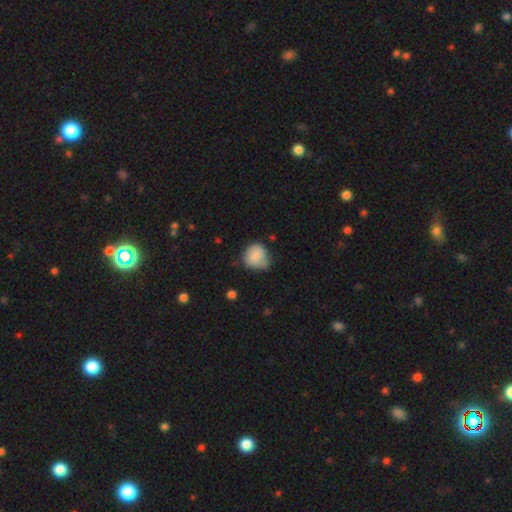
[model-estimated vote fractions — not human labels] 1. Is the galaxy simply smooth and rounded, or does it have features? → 81% smooth, 11% featured or disk, 8% star or artifact.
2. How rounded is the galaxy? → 78% round, 21% in between, 1% cigar-shaped.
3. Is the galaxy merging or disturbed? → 51% none, 37% minor disturbance, 9% major disturbance, 3% merger.